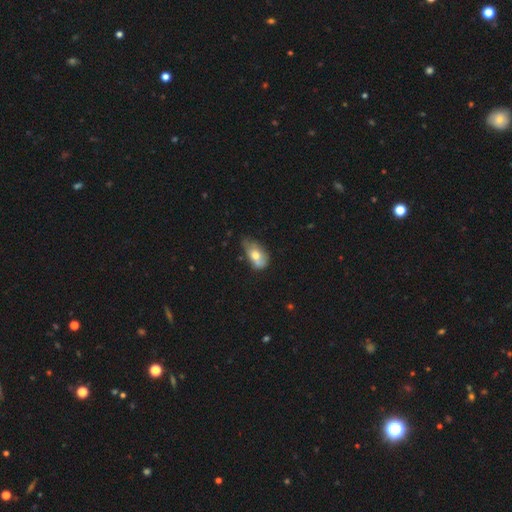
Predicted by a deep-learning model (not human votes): Smooth or featured? smooth (65%)
How rounded? in between (85%)
Merging? minor disturbance (41%)